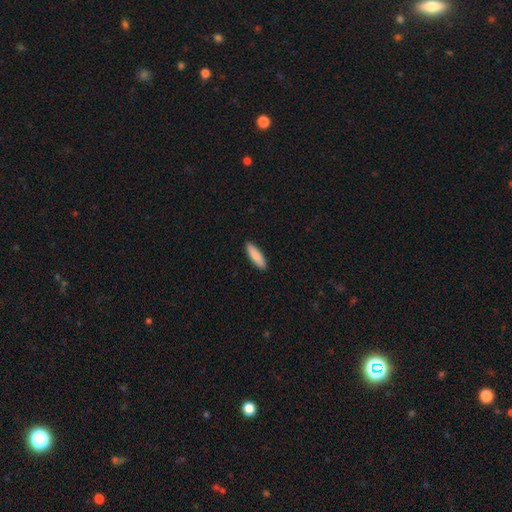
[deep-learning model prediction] Q: Smooth or featured?
A: smooth (86%); runner-up: featured or disk (9%)
Q: How rounded?
A: cigar-shaped (64%); runner-up: in between (35%)
Q: Merging?
A: none (91%); runner-up: minor disturbance (6%)